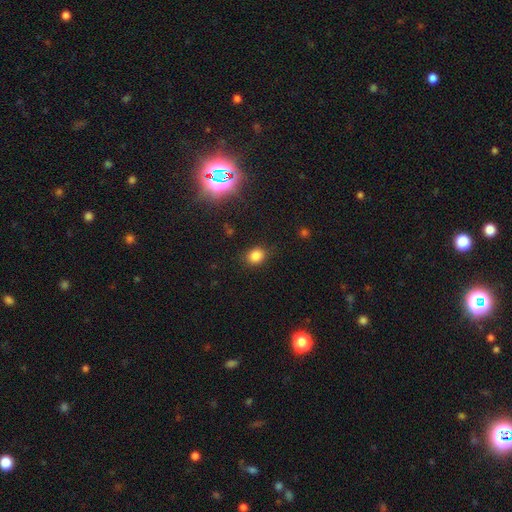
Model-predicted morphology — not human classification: Q: Smooth or featured?
A: smooth (80%); runner-up: star or artifact (14%)
Q: How rounded?
A: round (61%); runner-up: in between (38%)
Q: Merging?
A: none (83%); runner-up: minor disturbance (12%)